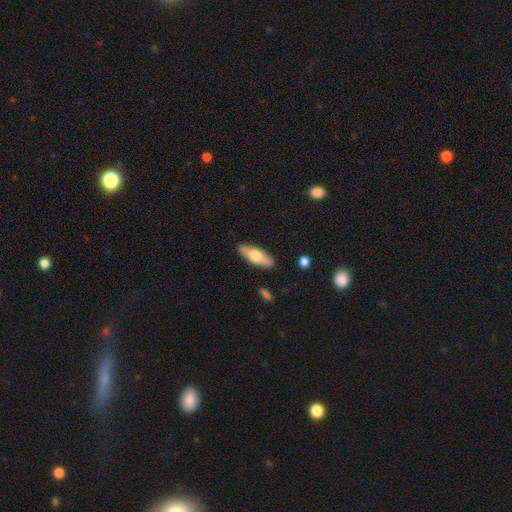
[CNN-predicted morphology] Smooth or featured? smooth (61%)
How rounded? in between (63%)
Merging? none (88%)